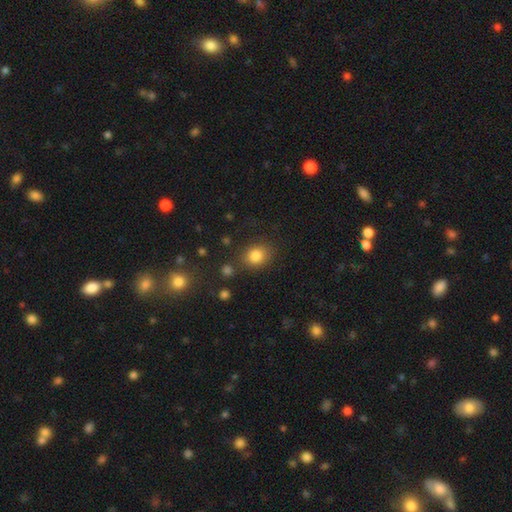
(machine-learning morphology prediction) smooth-or-featured: smooth: 83% | star or artifact: 11% | featured or disk: 6%
  how-rounded: round: 55% | in between: 44% | cigar-shaped: 1%
  merging: none: 77% | minor disturbance: 13% | major disturbance: 5% | merger: 5%